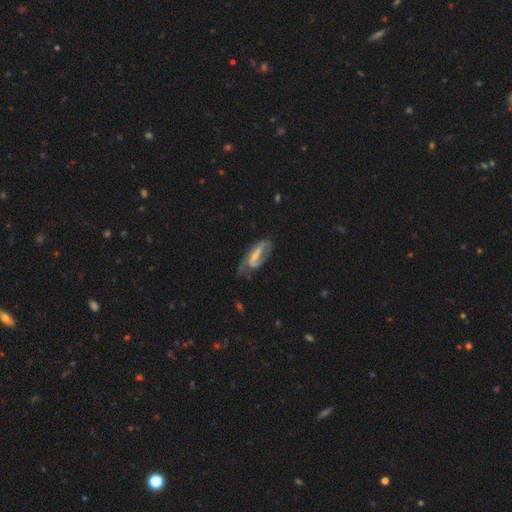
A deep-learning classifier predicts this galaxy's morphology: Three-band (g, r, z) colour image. It shows a featured or disk galaxy (73%) with a strong bar (39%), 2 (65%) medium (42%) spiral arms (83%) and a small central bulge (55%). Merging: none (46%).